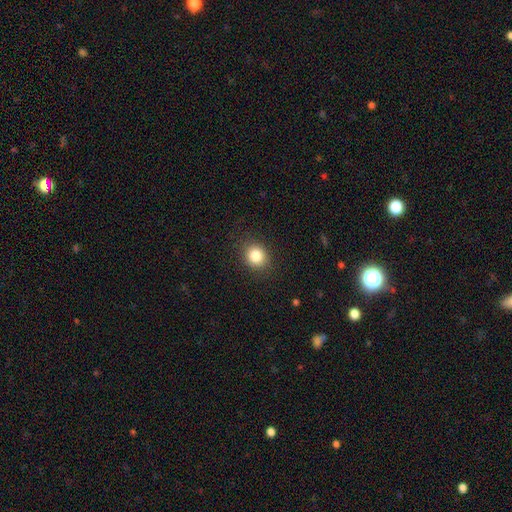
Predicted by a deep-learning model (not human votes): Smooth or featured? Predicted: smooth (p=0.85). How rounded? Predicted: round (p=0.75). Merging? Predicted: none (p=0.88).